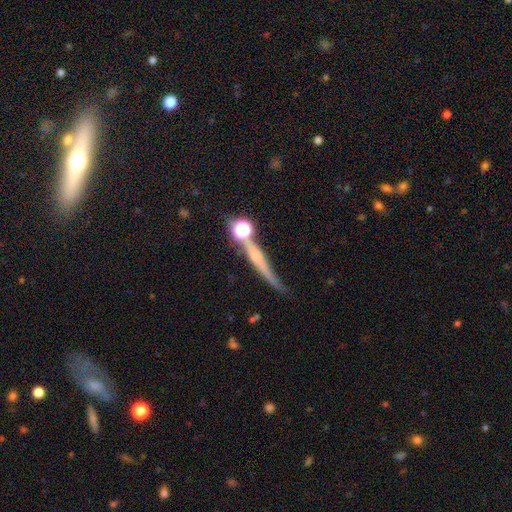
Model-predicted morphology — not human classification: Q: Smooth or featured?
A: featured or disk (55%); runner-up: smooth (31%)
Q: Edge-on disk?
A: yes (88%); runner-up: no (12%)
Q: Merging?
A: none (61%); runner-up: minor disturbance (17%)